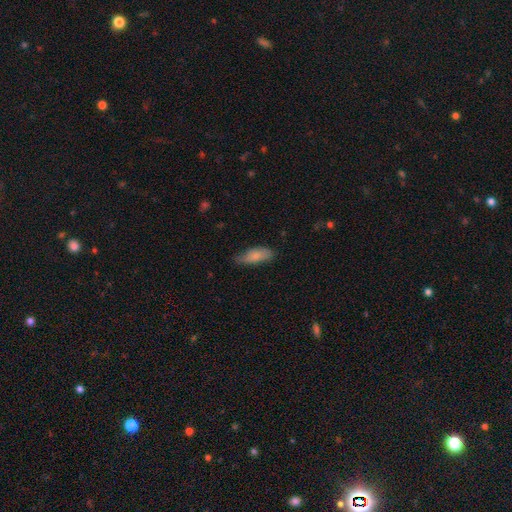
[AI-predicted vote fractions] Smooth or featured? smooth (80%)
How rounded? in between (71%)
Merging? none (66%)